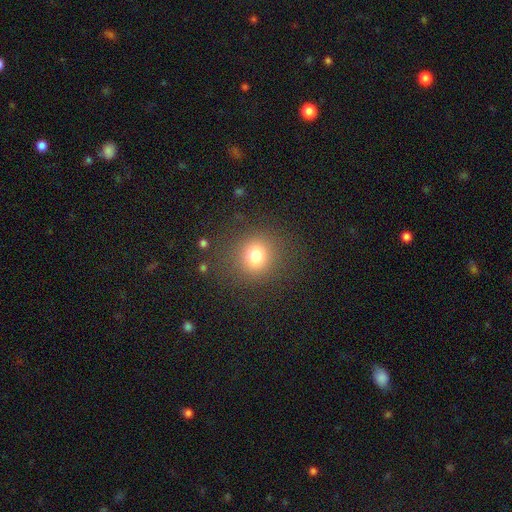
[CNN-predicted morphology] Smooth or featured? smooth (76%)
How rounded? round (87%)
Merging? none (84%)